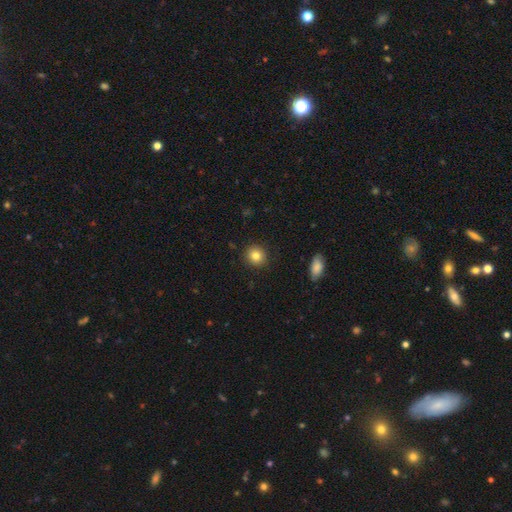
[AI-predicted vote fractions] smooth-or-featured: smooth: 83% | star or artifact: 10% | featured or disk: 7%
  how-rounded: round: 89% | in between: 10% | cigar-shaped: 1%
  merging: none: 91% | minor disturbance: 6% | major disturbance: 2% | merger: 1%